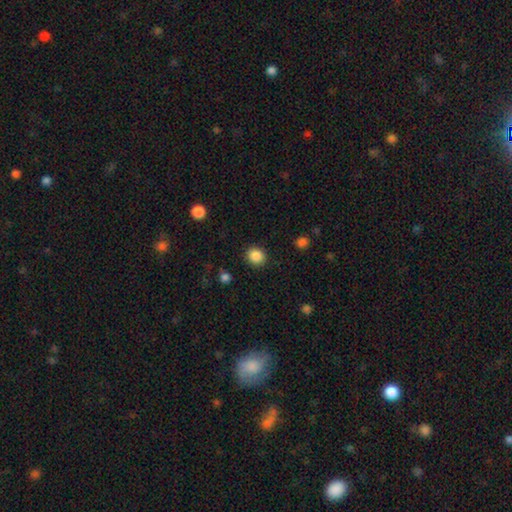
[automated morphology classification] smooth-or-featured: smooth: 87% | star or artifact: 10% | featured or disk: 3%
  how-rounded: round: 82% | in between: 17% | cigar-shaped: 1%
  merging: none: 89% | minor disturbance: 7% | major disturbance: 3% | merger: 1%